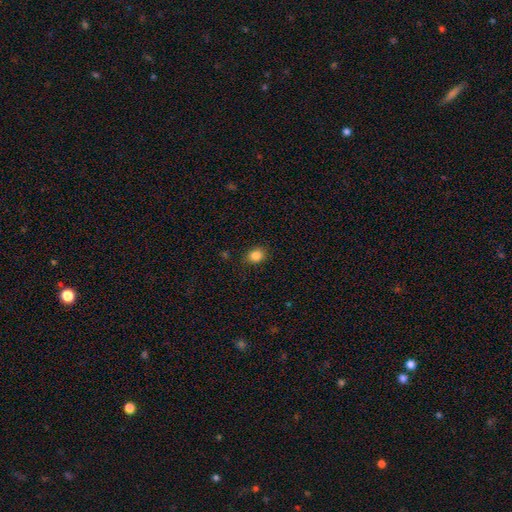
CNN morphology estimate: Smooth or featured? Predicted: smooth (p=0.85). How rounded? Predicted: round (p=0.57). Merging? Predicted: none (p=0.86).